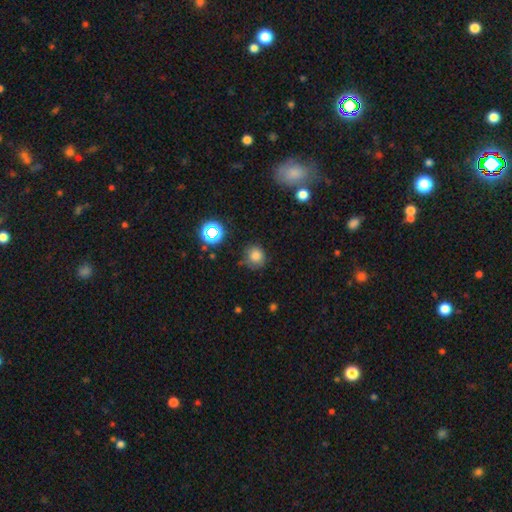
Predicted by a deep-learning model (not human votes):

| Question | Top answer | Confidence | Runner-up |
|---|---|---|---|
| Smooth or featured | smooth | 77% | star or artifact (16%) |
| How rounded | round | 86% | in between (13%) |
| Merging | none | 73% | minor disturbance (19%) |